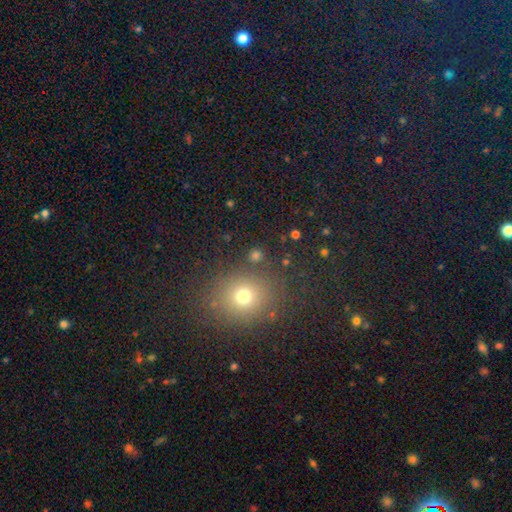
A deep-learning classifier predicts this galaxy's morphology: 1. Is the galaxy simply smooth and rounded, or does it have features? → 67% smooth, 24% star or artifact, 9% featured or disk.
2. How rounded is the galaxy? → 79% round, 20% in between, 2% cigar-shaped.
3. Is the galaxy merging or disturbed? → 83% none, 8% minor disturbance, 5% merger, 4% major disturbance.